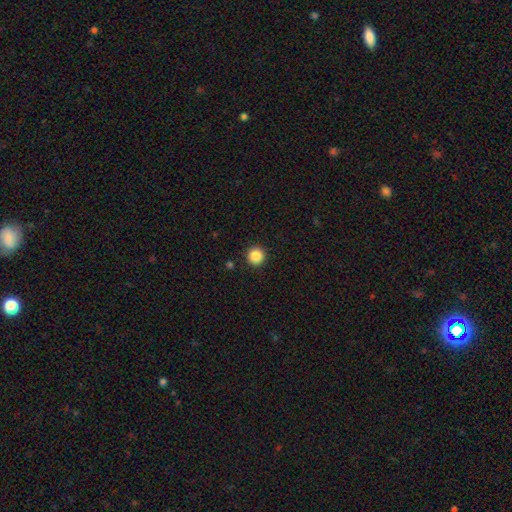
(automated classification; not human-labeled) A smooth galaxy with no disk features (86%) that is round (95%). Merging: none (93%).